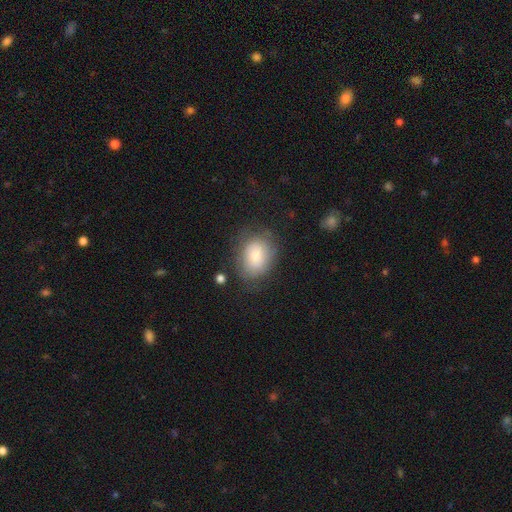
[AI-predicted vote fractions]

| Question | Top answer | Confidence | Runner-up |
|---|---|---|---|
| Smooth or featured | smooth | 74% | featured or disk (18%) |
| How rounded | in between | 64% | round (35%) |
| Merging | none | 68% | minor disturbance (20%) |